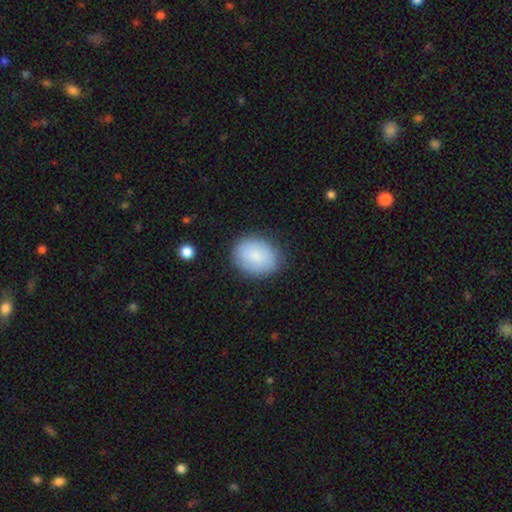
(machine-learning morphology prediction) Smooth or featured? smooth (84%)
How rounded? in between (56%)
Merging? none (84%)